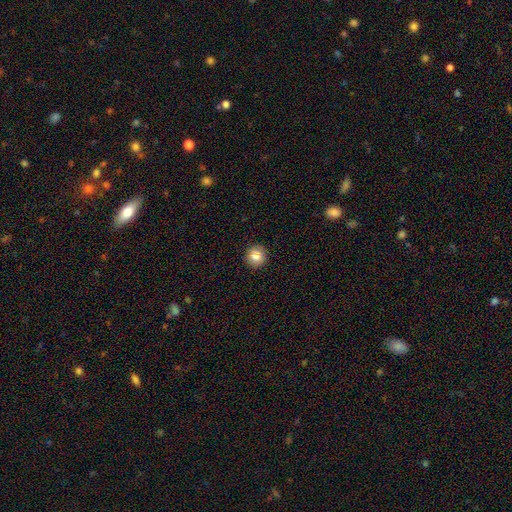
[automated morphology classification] A smooth galaxy with no disk features (79%) that is round (92%).

Vote fractions:
- Smooth or featured? smooth: 79% / star or artifact: 11% / featured or disk: 10%
- How rounded? round: 92% / in between: 7% / cigar-shaped: 1%
- Merging? none: 90% / minor disturbance: 7% / major disturbance: 2% / merger: 1%